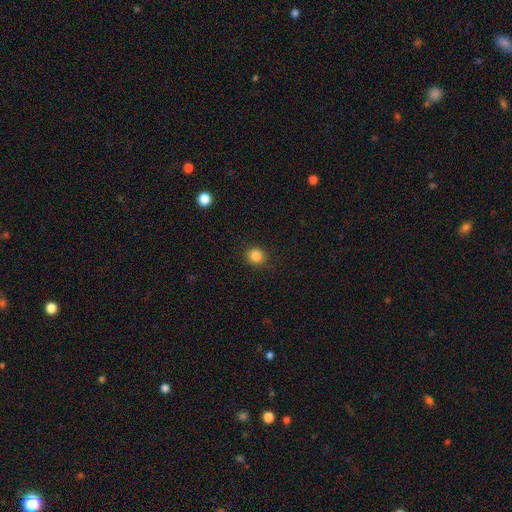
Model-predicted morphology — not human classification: A smooth galaxy with no disk features (85%) that is round (89%).

Vote fractions:
- Smooth or featured? smooth: 85% / star or artifact: 11% / featured or disk: 4%
- How rounded? round: 89% / in between: 10% / cigar-shaped: 1%
- Merging? none: 90% / minor disturbance: 7% / major disturbance: 2% / merger: 1%